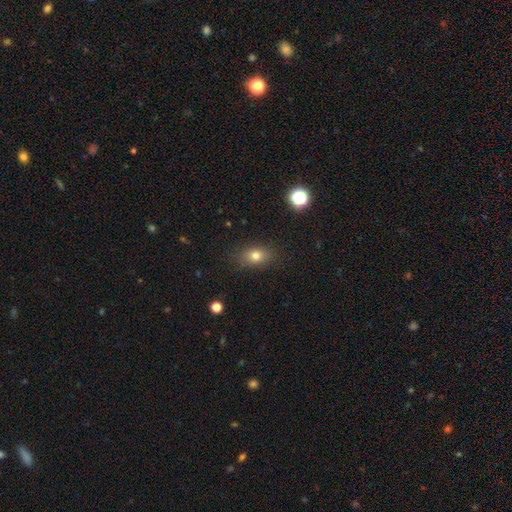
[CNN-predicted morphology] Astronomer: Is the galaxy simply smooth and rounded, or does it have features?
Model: smooth — 77%.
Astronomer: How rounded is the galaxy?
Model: in between — 73%.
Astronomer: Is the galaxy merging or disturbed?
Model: none — 83%.